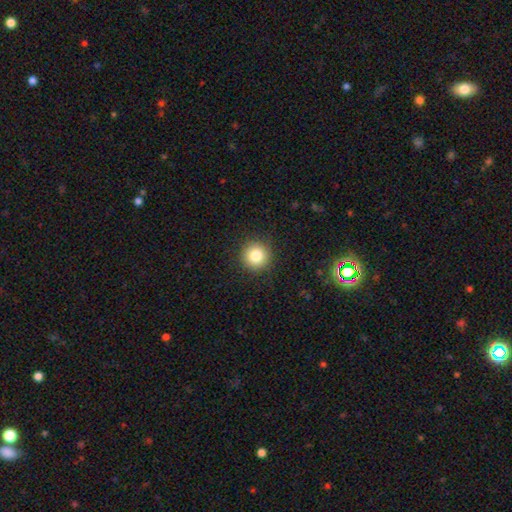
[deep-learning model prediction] smooth 82%, star or artifact 10%, featured or disk 7%. Down the decision tree: how rounded — round (95%); merging — none (91%).